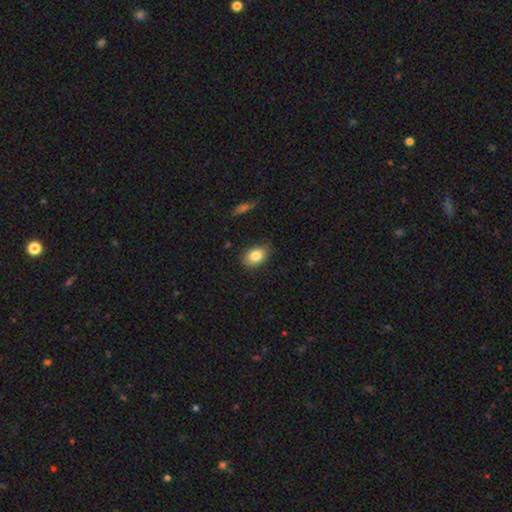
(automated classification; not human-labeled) Q: Smooth or featured?
A: smooth (83%); runner-up: featured or disk (9%)
Q: How rounded?
A: in between (84%); runner-up: round (14%)
Q: Merging?
A: none (83%); runner-up: minor disturbance (13%)